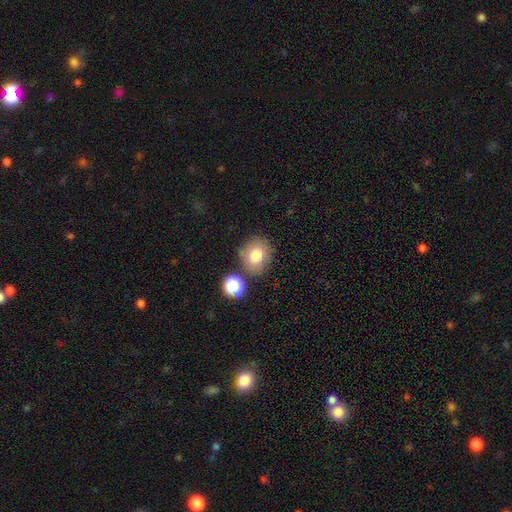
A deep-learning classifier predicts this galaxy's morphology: A smooth galaxy with no disk features (77%) that is round (71%).

Vote fractions:
- Smooth or featured? smooth: 77% / featured or disk: 12% / star or artifact: 11%
- How rounded? round: 71% / in between: 28% / cigar-shaped: 1%
- Merging? none: 72% / minor disturbance: 13% / merger: 11% / major disturbance: 4%